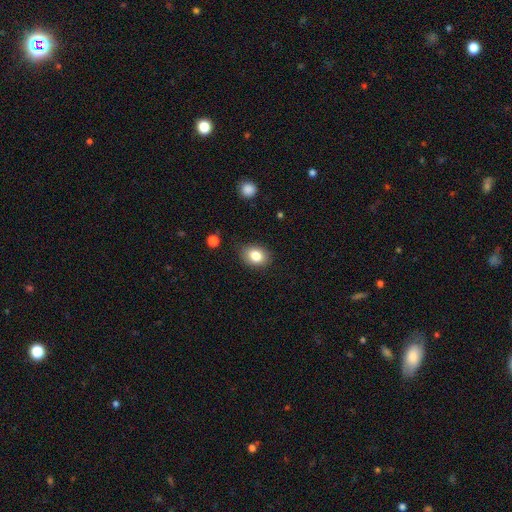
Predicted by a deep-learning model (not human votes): smooth_or_featured: smooth (p=0.83) [alt: star or artifact p=0.09]
how_rounded: in between (p=0.65) [alt: round p=0.34]
merging: none (p=0.82) [alt: minor disturbance p=0.14]